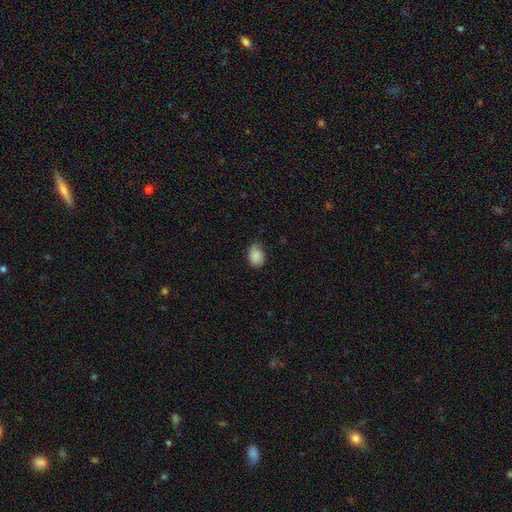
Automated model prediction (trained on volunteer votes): This is clearly a smooth galaxy (87%). How rounded: likely in between (63%). Merging: likely none (68%).